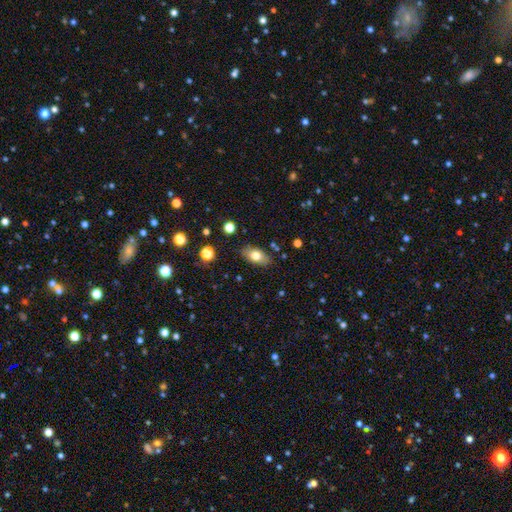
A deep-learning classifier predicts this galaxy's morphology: Overall: smooth (75%). How rounded: in between (89%). Merging: none (83%).